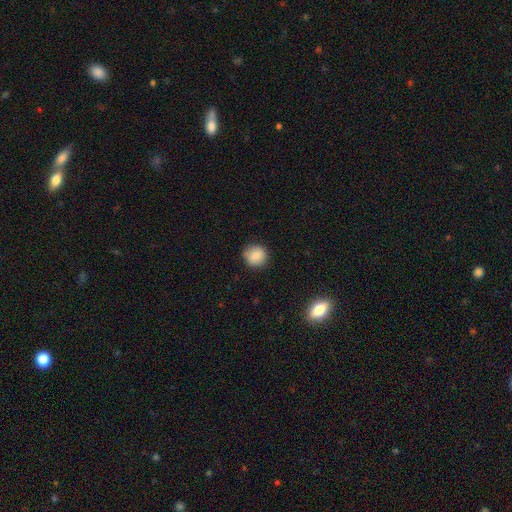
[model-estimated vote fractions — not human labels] Q: Smooth or featured?
A: smooth (84%); runner-up: star or artifact (9%)
Q: How rounded?
A: round (92%); runner-up: in between (7%)
Q: Merging?
A: none (88%); runner-up: minor disturbance (9%)